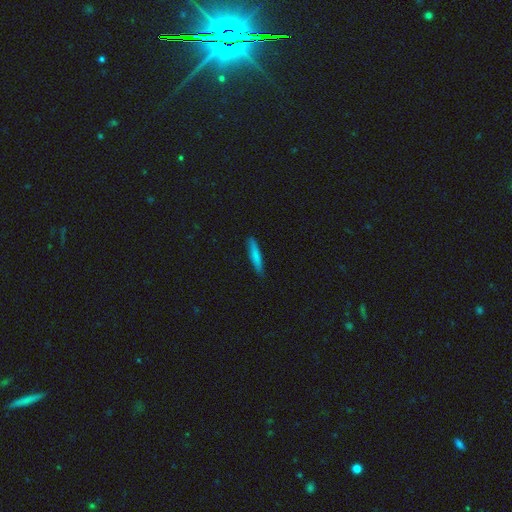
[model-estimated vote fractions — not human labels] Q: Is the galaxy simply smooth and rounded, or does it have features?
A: smooth — 77%.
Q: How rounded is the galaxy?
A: cigar-shaped — 91%.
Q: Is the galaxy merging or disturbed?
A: none — 88%.